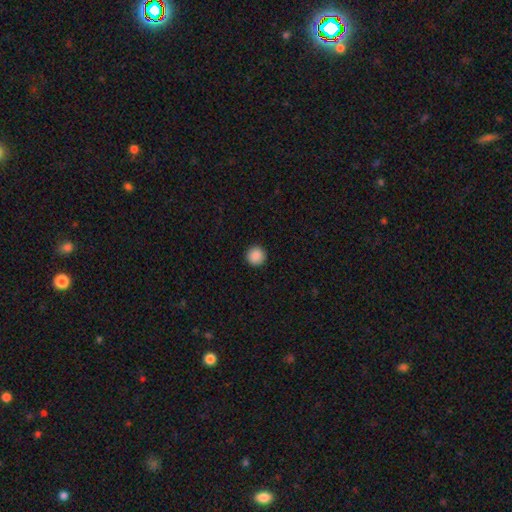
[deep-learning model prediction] Smooth or featured? Predicted: smooth (p=0.89). How rounded? Predicted: round (p=0.96). Merging? Predicted: none (p=0.94).